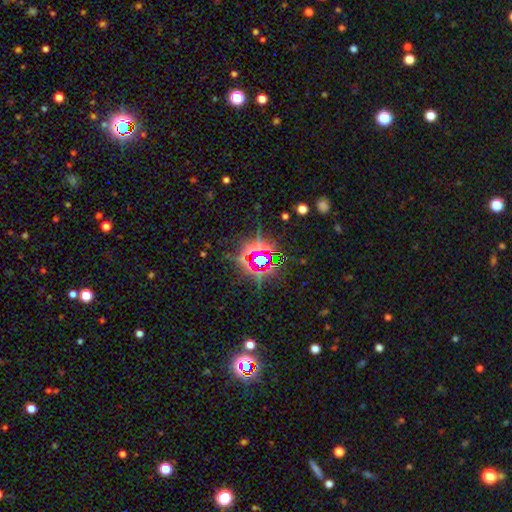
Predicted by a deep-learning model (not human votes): A star or artifact, not a galaxy (80%).

Vote fractions:
- Smooth or featured? star or artifact: 80% / smooth: 10% / featured or disk: 10%